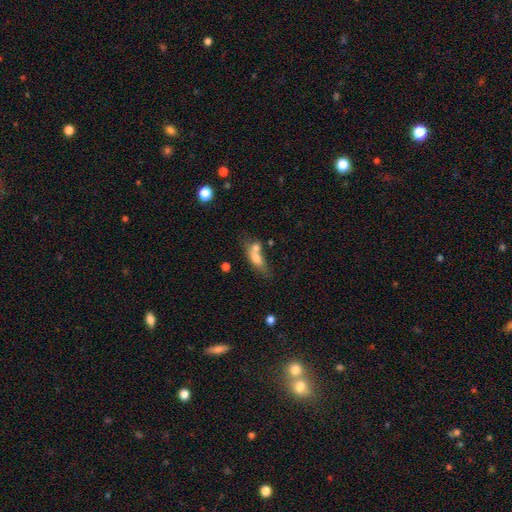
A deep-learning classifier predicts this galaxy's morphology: type=smooth (67%); roundness=in between (67%); merging=merger (51%).